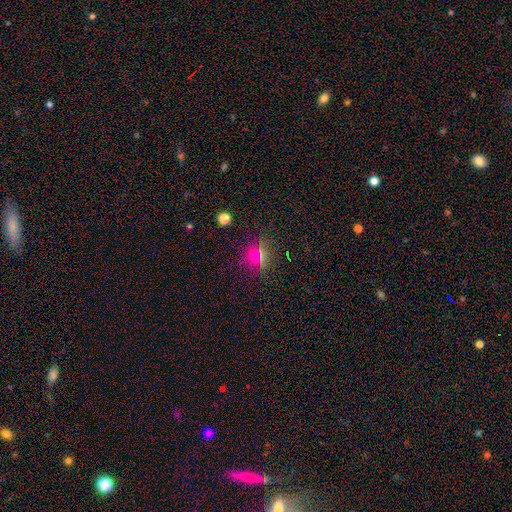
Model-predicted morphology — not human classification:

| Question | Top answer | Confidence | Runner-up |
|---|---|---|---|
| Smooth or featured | smooth | 61% | star or artifact (30%) |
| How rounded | round | 91% | in between (8%) |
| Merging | none | 85% | minor disturbance (8%) |